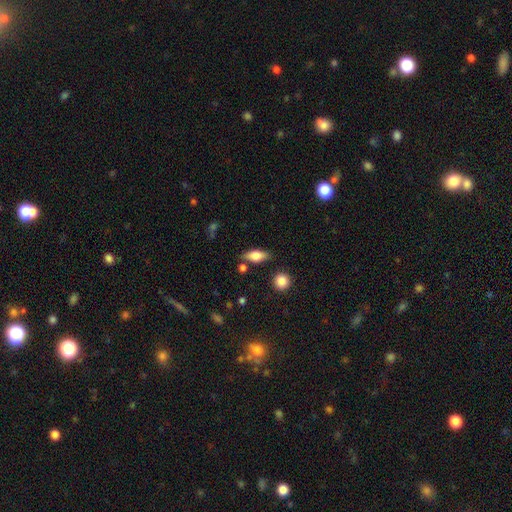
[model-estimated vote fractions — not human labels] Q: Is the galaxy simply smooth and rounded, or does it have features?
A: smooth — 71%.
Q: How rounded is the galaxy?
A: in between — 76%.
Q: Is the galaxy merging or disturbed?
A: none — 77%.